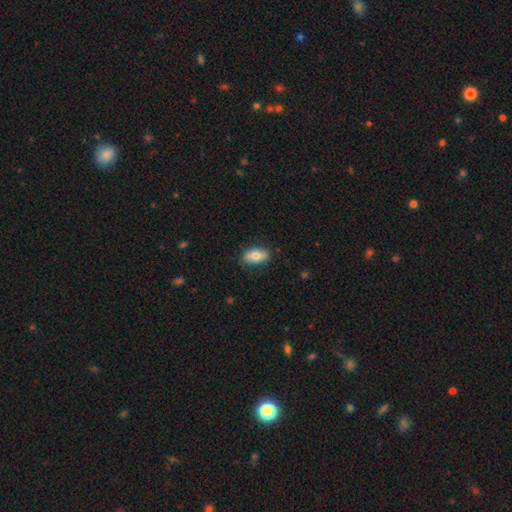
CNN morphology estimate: This is likely a smooth galaxy (75%). How rounded: clearly in between (90%). Merging: clearly none (83%).